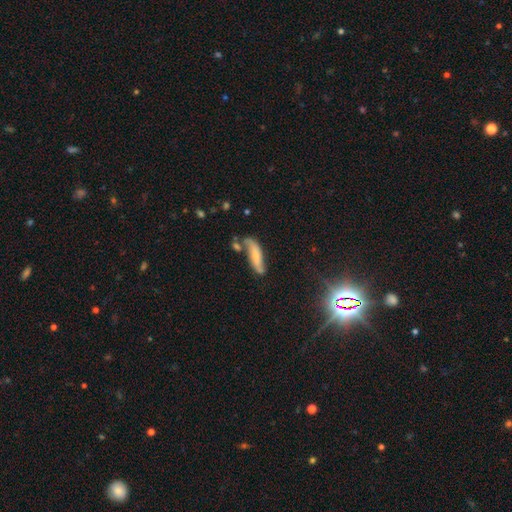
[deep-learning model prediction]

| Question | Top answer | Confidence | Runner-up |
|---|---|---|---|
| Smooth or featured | smooth | 51% | featured or disk (41%) |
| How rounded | cigar-shaped | 62% | in between (36%) |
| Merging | none | 55% | minor disturbance (23%) |